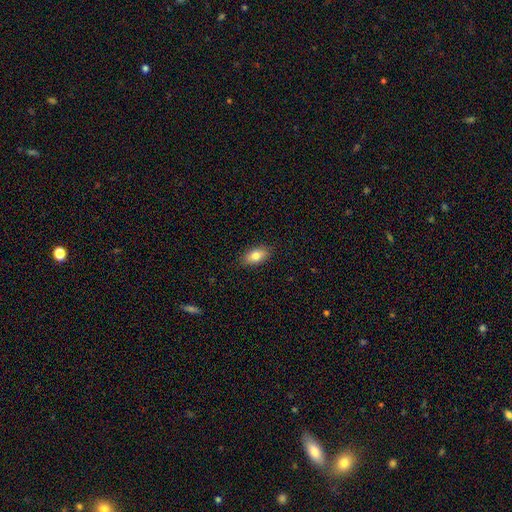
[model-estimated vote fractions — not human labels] This is likely a smooth galaxy (80%). How rounded: clearly in between (89%). Merging: clearly none (87%).